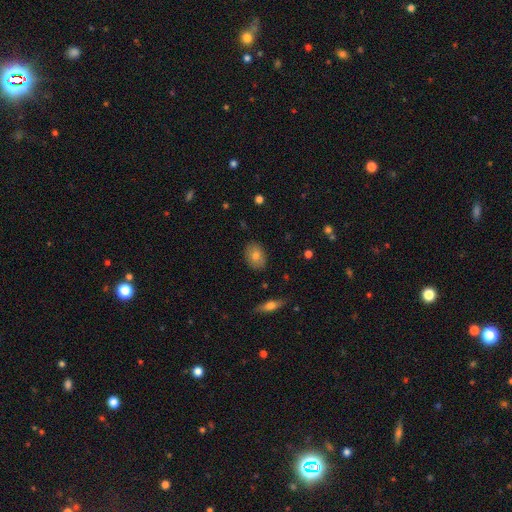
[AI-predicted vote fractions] This is likely a smooth galaxy (77%). How rounded: likely in between (76%). Merging: clearly none (86%).